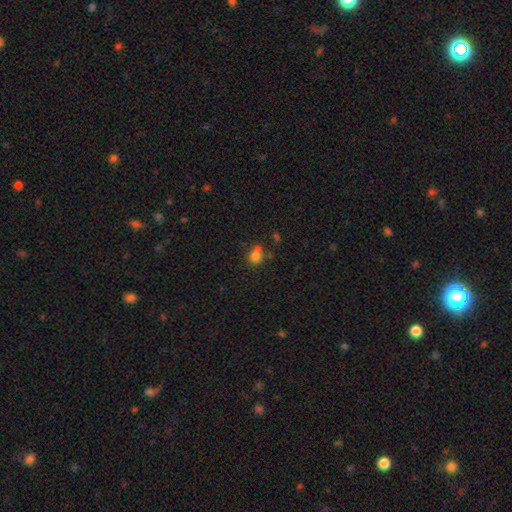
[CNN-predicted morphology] smooth-or-featured: smooth: 78% | star or artifact: 14% | featured or disk: 8%
  how-rounded: round: 82% | in between: 17% | cigar-shaped: 1%
  merging: none: 56% | merger: 28% | minor disturbance: 12% | major disturbance: 5%